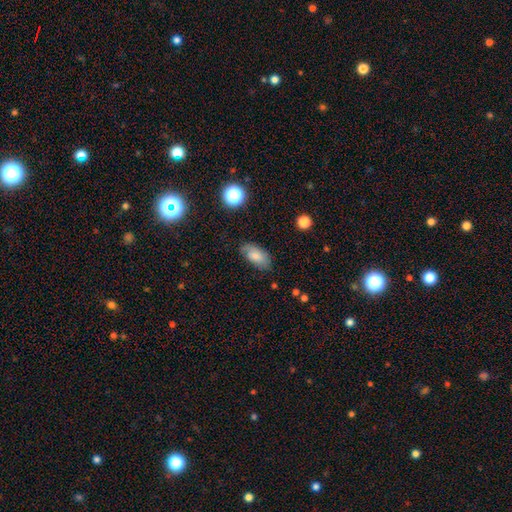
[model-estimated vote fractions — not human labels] Smooth or featured: smooth — 67% (featured or disk — 24%)
How rounded: in between — 92% (round — 4%)
Merging: none — 70% (minor disturbance — 22%)